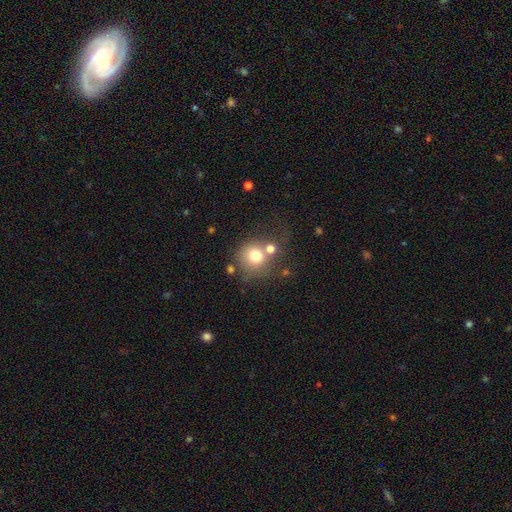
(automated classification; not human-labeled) smooth_or_featured: smooth (p=0.74) [alt: featured or disk p=0.15]
how_rounded: round (p=0.85) [alt: in between p=0.14]
merging: none (p=0.44) [alt: merger p=0.35]